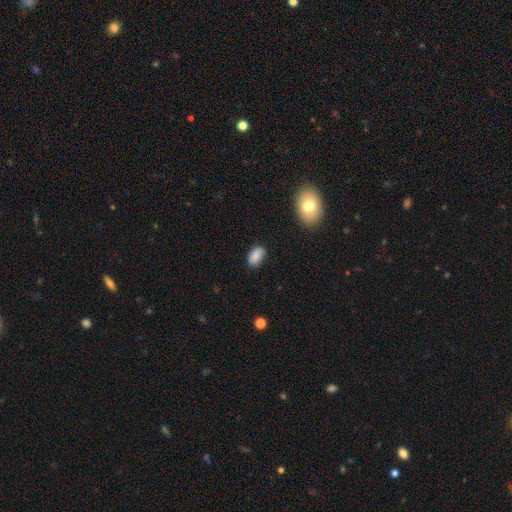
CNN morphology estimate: A smooth galaxy with no disk features (86%) that is in between round and cigar-shaped (91%). Merging: none (81%).